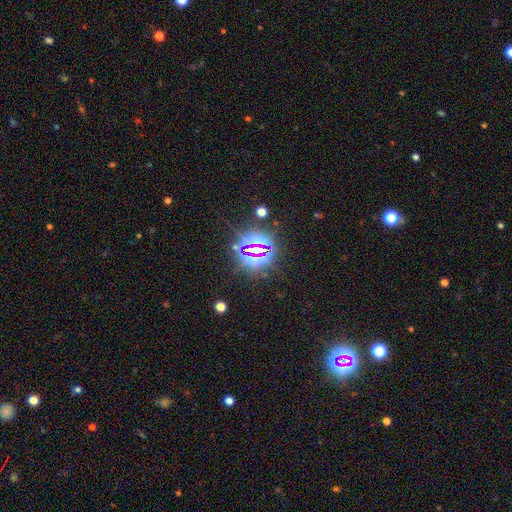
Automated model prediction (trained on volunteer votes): A star or artifact, not a galaxy (81%).